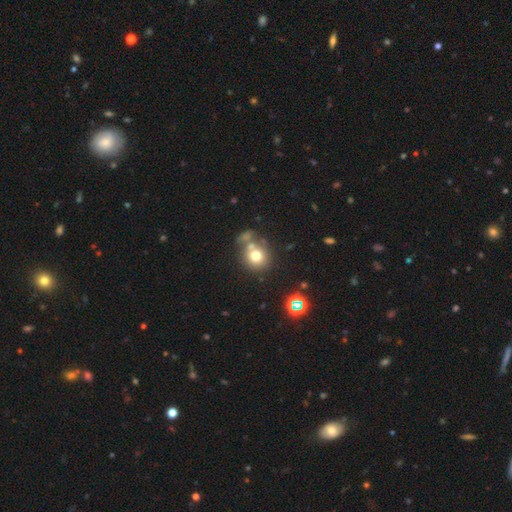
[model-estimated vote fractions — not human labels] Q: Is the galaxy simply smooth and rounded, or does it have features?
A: smooth — 71%.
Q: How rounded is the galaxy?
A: round — 83%.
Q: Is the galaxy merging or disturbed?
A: none — 53%.